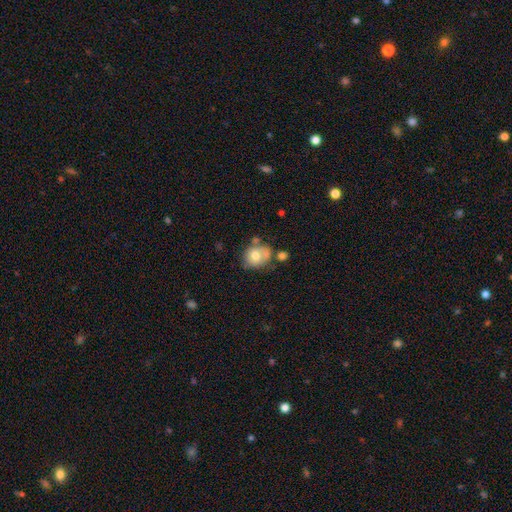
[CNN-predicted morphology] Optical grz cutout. It shows a smooth galaxy with no disk features (69%) that is round (59%). Merging: none (48%).